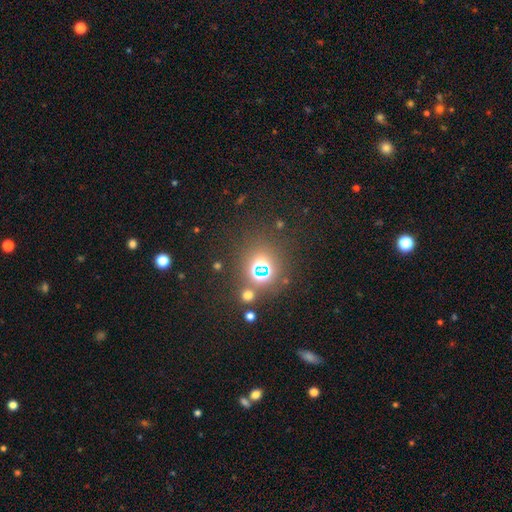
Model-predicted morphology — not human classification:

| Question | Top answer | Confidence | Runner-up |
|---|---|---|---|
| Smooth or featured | star or artifact | 55% | smooth (35%) |